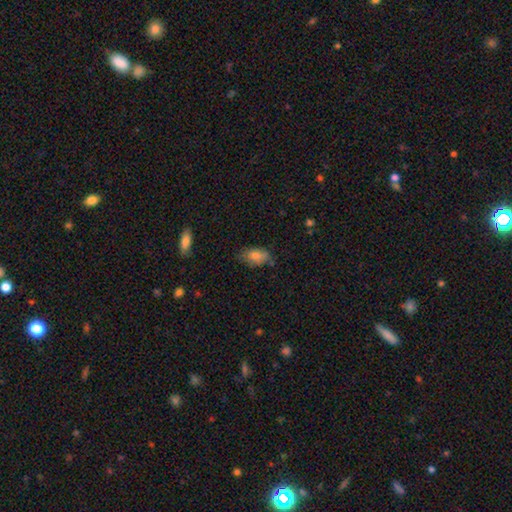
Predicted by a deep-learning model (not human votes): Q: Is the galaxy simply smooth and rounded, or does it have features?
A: smooth — 77%.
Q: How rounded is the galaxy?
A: in between — 89%.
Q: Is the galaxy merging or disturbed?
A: none — 64%.